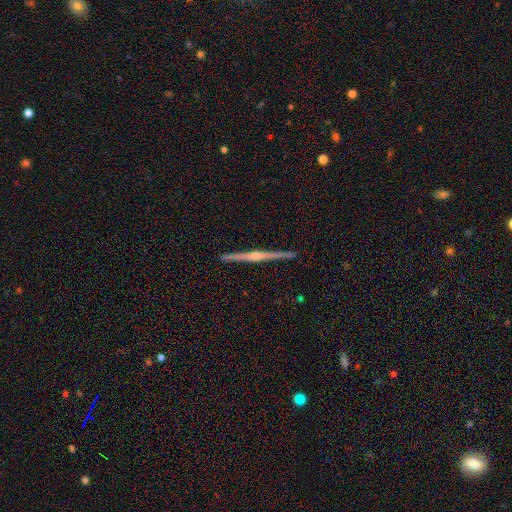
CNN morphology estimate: smooth-or-featured: featured or disk: 78% | smooth: 13% | star or artifact: 8%
  disk-edge-on: yes: 98% | no: 2%
    edge-on-bulge: rounded: 78% | none: 15% | boxy: 7%
  merging: none: 90% | minor disturbance: 7% | major disturbance: 2% | merger: 2%